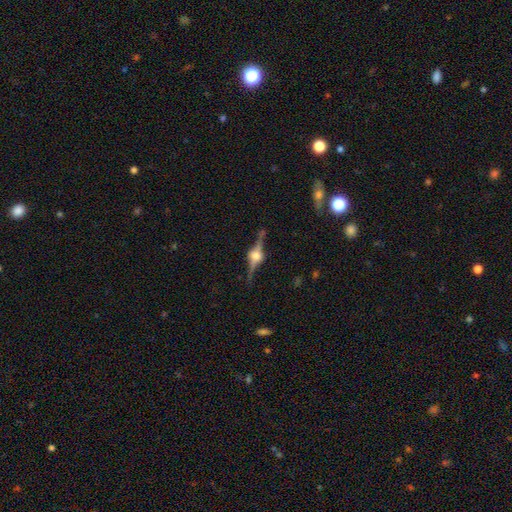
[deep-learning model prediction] A featured or disk galaxy (87%) viewed edge-on (97%) with a rounded central bulge (94%).

Vote fractions:
- Smooth or featured? featured or disk: 87% / smooth: 7% / star or artifact: 7%
- Edge-on disk? yes: 97% / no: 3%
- Edge-on bulge? rounded: 94% / boxy: 5% / none: 1%
- Merging? none: 86% / minor disturbance: 10% / major disturbance: 3% / merger: 2%